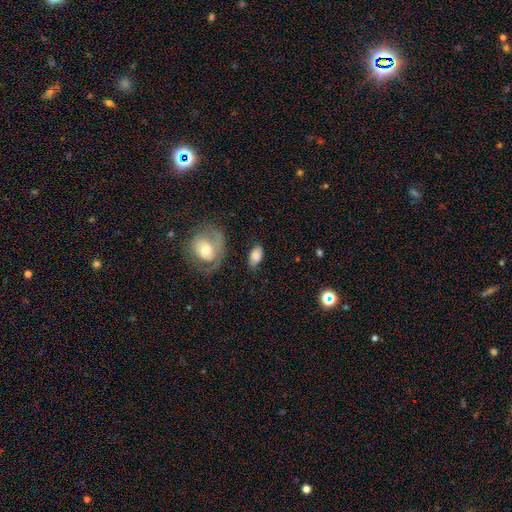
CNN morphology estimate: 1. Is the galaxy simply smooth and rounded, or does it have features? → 78% smooth, 14% featured or disk, 8% star or artifact.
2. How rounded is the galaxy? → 89% in between, 8% round, 2% cigar-shaped.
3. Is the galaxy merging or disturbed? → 66% none, 21% minor disturbance, 9% major disturbance, 5% merger.